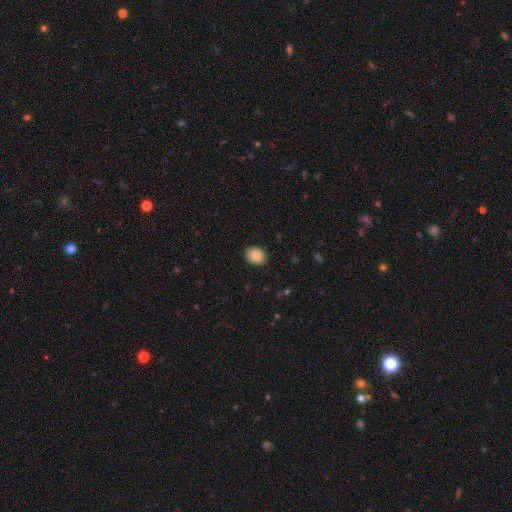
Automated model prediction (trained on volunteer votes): Morphology: type=smooth (86%); roundness=in between (59%); merging=none (89%).